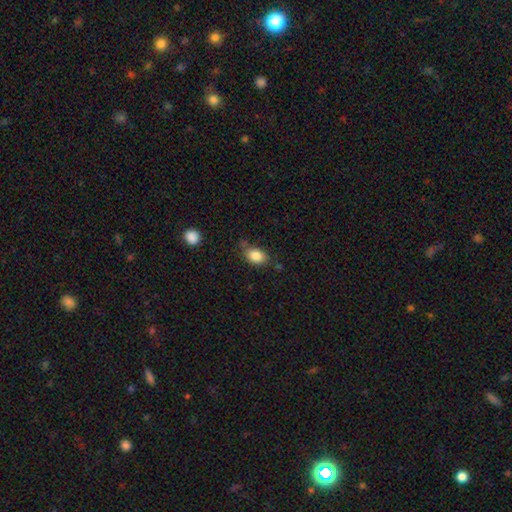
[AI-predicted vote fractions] This appears to be a smooth galaxy with no disk features (85%) that is in between round and cigar-shaped (82%). Merging: none (71%).